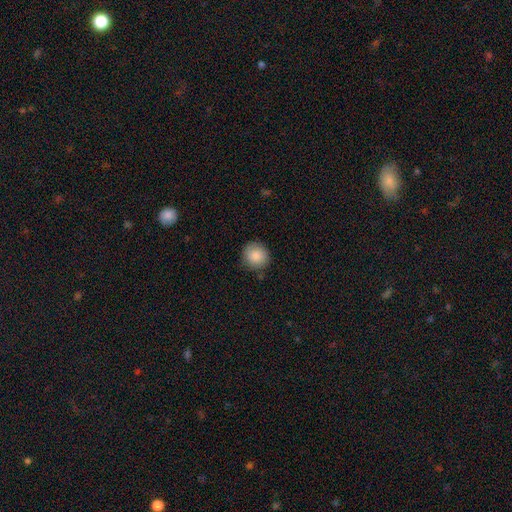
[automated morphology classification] Smooth or featured: smooth — 87% (star or artifact — 8%)
How rounded: round — 90% (in between — 9%)
Merging: none — 86% (minor disturbance — 10%)